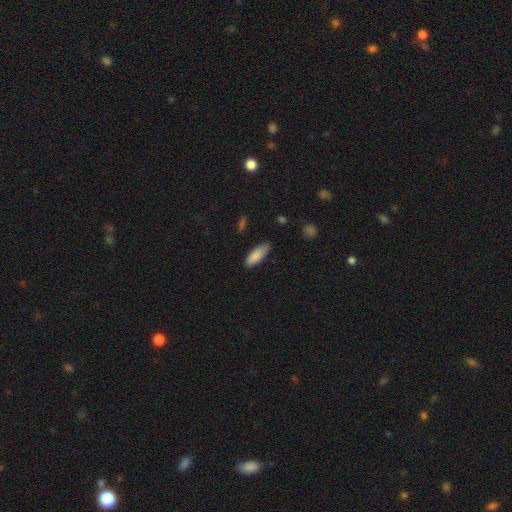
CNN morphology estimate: smooth-or-featured: smooth: 87% | star or artifact: 6% | featured or disk: 6%
  how-rounded: in between: 67% | cigar-shaped: 32% | round: 2%
  merging: none: 78% | minor disturbance: 18% | major disturbance: 3% | merger: 2%